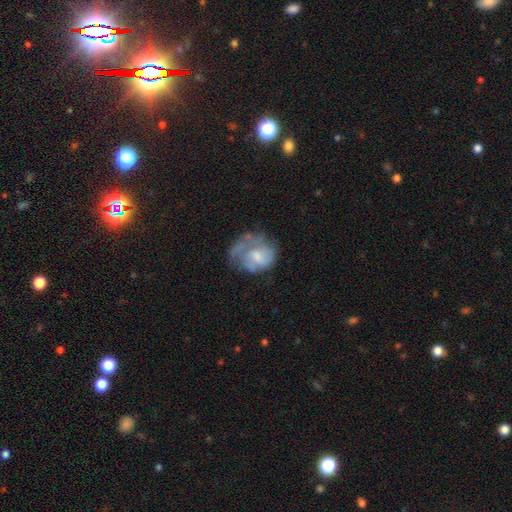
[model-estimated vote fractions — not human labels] Smooth or featured? featured or disk (57%)
Edge-on disk? no (97%)
Bar? no (67%)
Spiral arms? yes (67%)
Bulge size? moderate (44%)
Merging? none (40%)